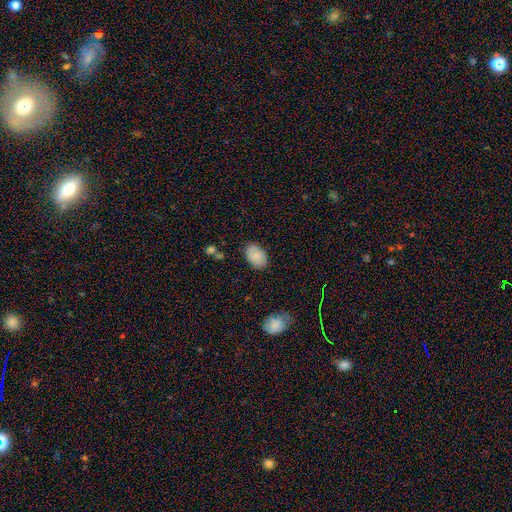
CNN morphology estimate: This is clearly a smooth galaxy (84%). How rounded: clearly in between (89%). Merging: clearly none (82%).